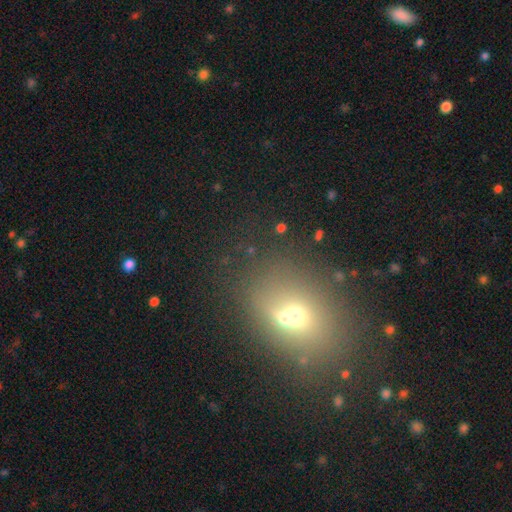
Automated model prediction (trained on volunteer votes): Overall: smooth (57%; star or artifact 28%). How rounded: in between (66%; round 31%). Merging: none (74%).